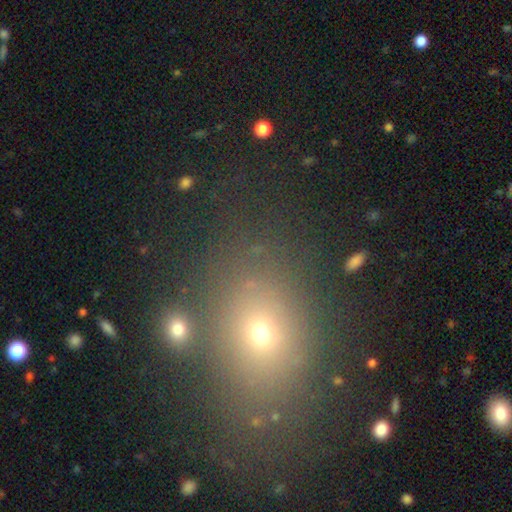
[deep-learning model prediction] smooth_or_featured: smooth (p=0.55) [alt: star or artifact p=0.31]
how_rounded: in between (p=0.52) [alt: round p=0.47]
merging: none (p=0.76) [alt: minor disturbance p=0.11]